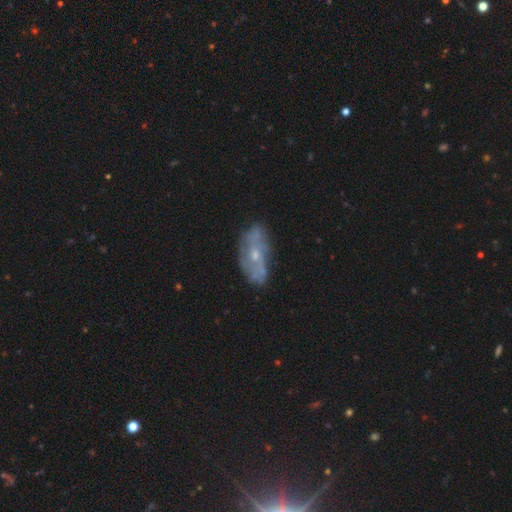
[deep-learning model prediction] Q: Smooth or featured?
A: featured or disk (65%); runner-up: smooth (25%)
Q: Edge-on disk?
A: no (90%); runner-up: yes (10%)
Q: Bar?
A: no (66%); runner-up: weak (27%)
Q: Spiral arms?
A: yes (68%); runner-up: no (32%)
Q: Bulge size?
A: small (56%); runner-up: moderate (39%)
Q: Merging?
A: none (68%); runner-up: minor disturbance (22%)